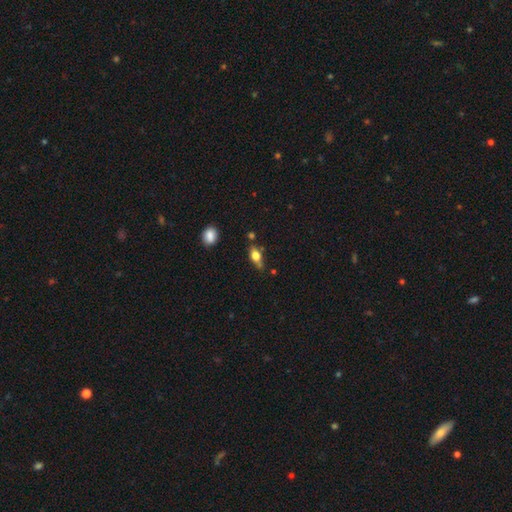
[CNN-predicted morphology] Smooth or featured? smooth (69%)
How rounded? in between (74%)
Merging? none (56%)